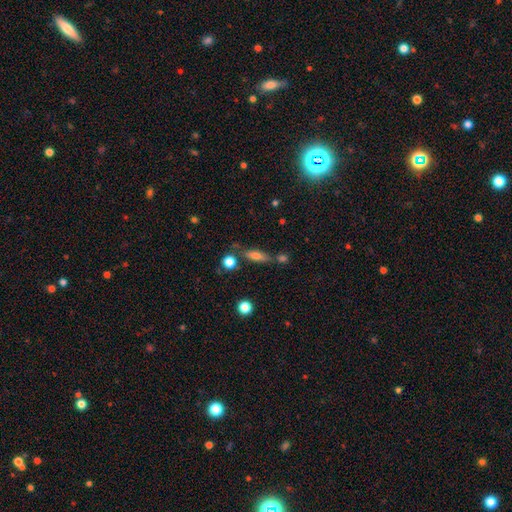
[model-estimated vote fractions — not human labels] The model was most divided on "how rounded": cigar-shaped: 50%, in between: 45%, round: 5%. More confident: merging — none (66%); smooth or featured — smooth (63%).